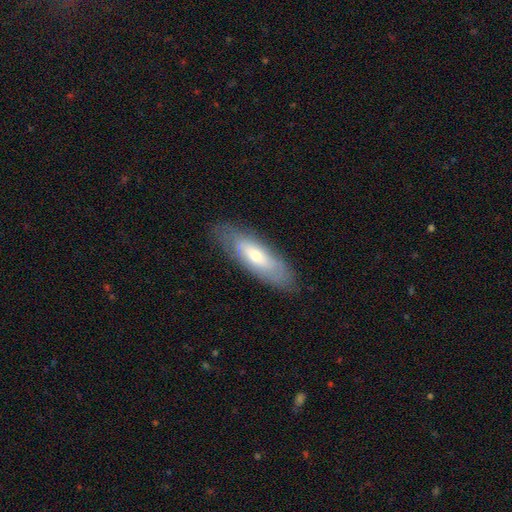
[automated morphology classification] Overall: smooth (49%; featured or disk 44%). Merging: none (80%).